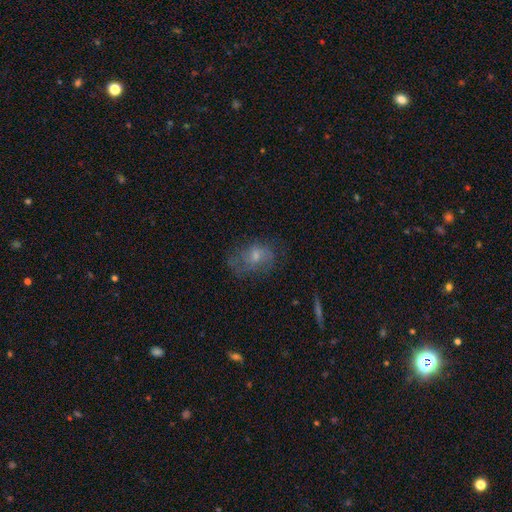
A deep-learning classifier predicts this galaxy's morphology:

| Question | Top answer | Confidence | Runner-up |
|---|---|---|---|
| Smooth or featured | featured or disk | 46% | smooth (42%) |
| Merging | none | 53% | minor disturbance (24%) |